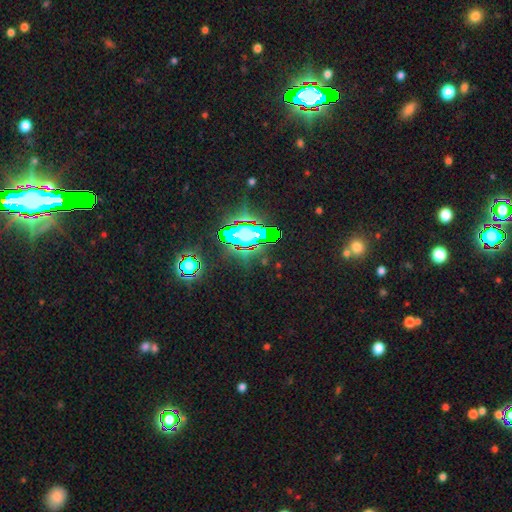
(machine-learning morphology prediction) Smooth or featured? star or artifact (82%)